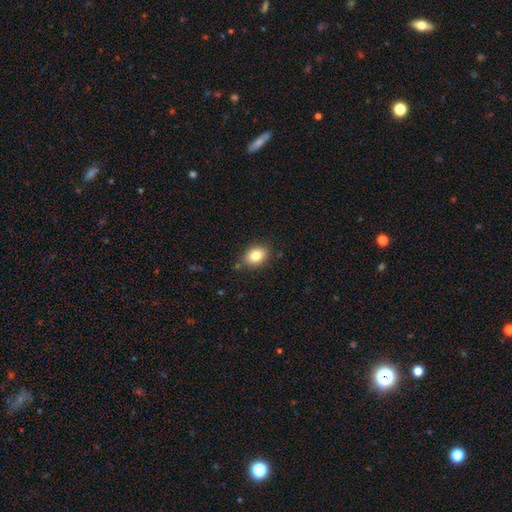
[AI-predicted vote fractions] Smooth or featured? Predicted: smooth (p=0.82). How rounded? Predicted: in between (p=0.65). Merging? Predicted: none (p=0.83).